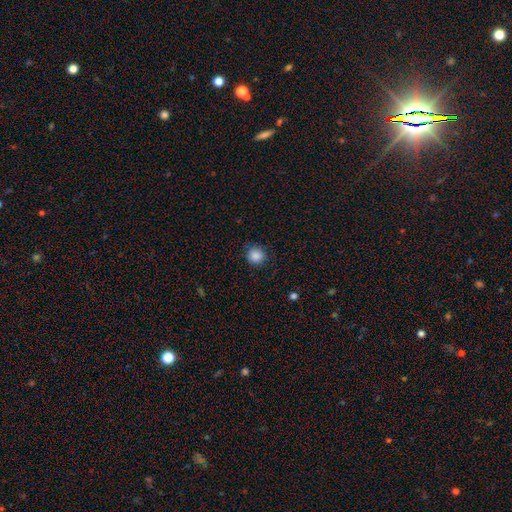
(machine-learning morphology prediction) smooth_or_featured: smooth (p=0.87) [alt: star or artifact p=0.10]
how_rounded: round (p=0.92) [alt: in between p=0.07]
merging: none (p=0.87) [alt: minor disturbance p=0.09]